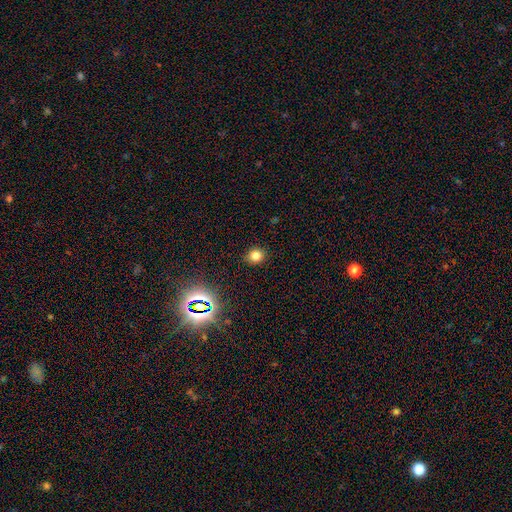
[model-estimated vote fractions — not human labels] smooth 77%, star or artifact 17%, featured or disk 6%. Down the decision tree: how rounded — round (78%); merging — none (90%).